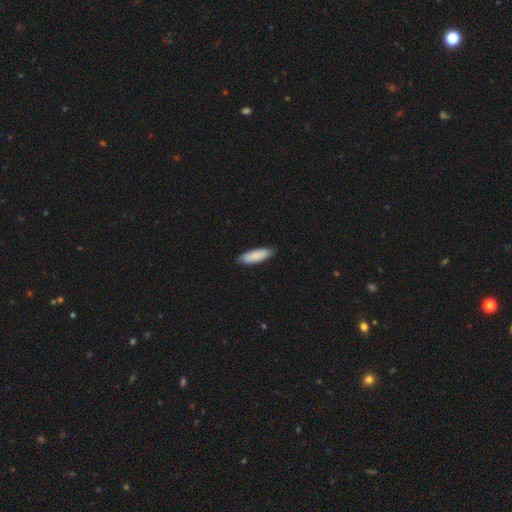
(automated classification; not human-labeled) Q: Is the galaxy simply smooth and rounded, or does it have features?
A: smooth — 87%.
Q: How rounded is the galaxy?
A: in between — 53%.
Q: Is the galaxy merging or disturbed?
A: none — 87%.